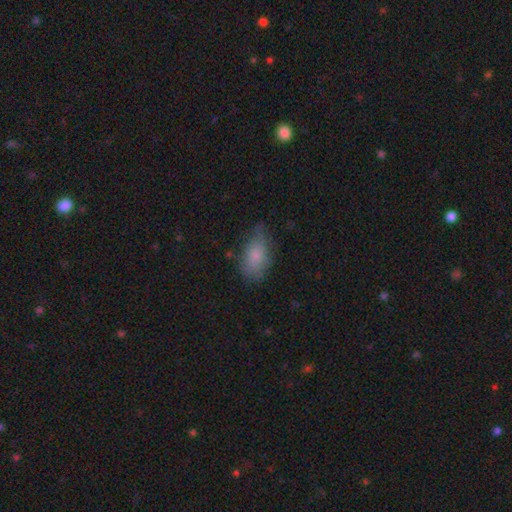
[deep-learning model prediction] Overall: smooth (78%). How rounded: in between (89%). Merging: none (61%; minor disturbance 29%).